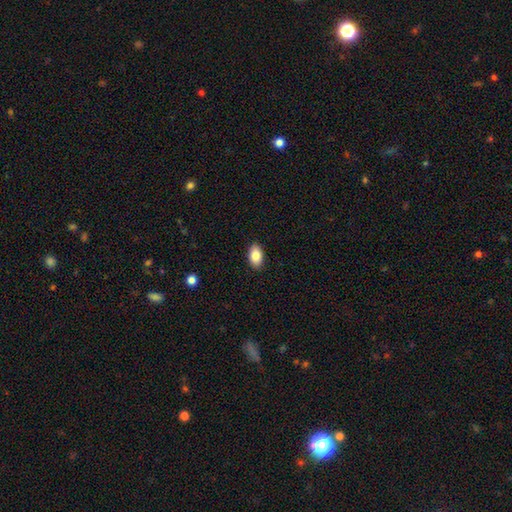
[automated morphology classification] smooth_or_featured: smooth (p=0.85) [alt: star or artifact p=0.08]
how_rounded: in between (p=0.92) [alt: round p=0.07]
merging: none (p=0.90) [alt: minor disturbance p=0.08]